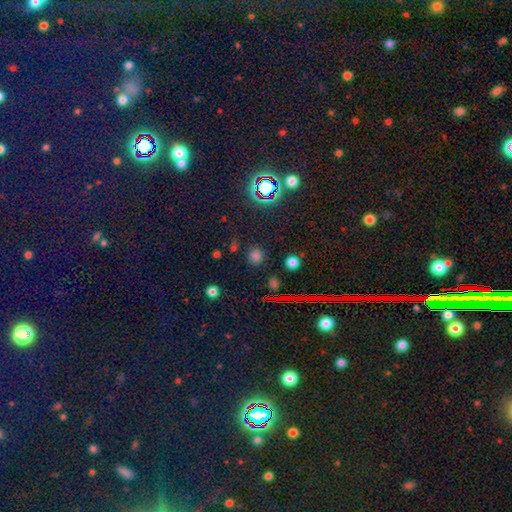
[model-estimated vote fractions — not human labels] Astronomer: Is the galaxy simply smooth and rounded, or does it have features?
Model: smooth — 63%.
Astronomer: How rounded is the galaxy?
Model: round — 87%.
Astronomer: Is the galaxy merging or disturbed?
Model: none — 84%.